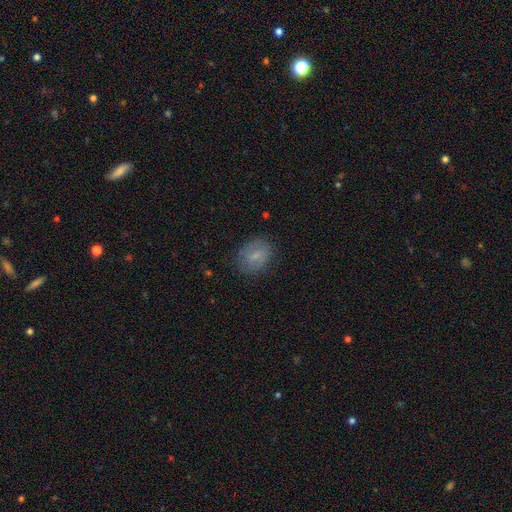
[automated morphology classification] Smooth or featured? Predicted: smooth (p=0.68). How rounded? Predicted: in between (p=0.60). Merging? Predicted: none (p=0.77).